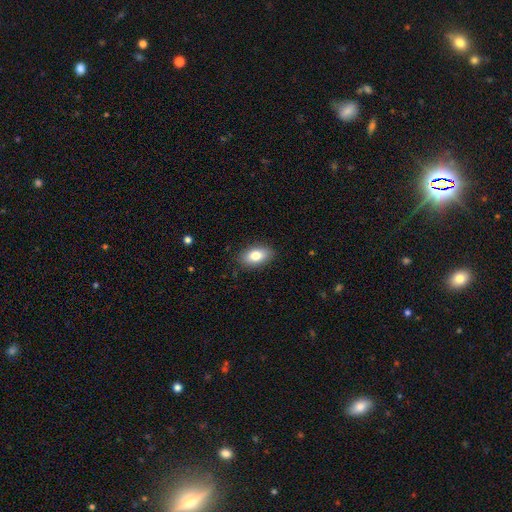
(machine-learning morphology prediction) smooth_or_featured: smooth (p=0.80) [alt: featured or disk p=0.13]
how_rounded: in between (p=0.90) [alt: round p=0.07]
merging: none (p=0.87) [alt: minor disturbance p=0.09]